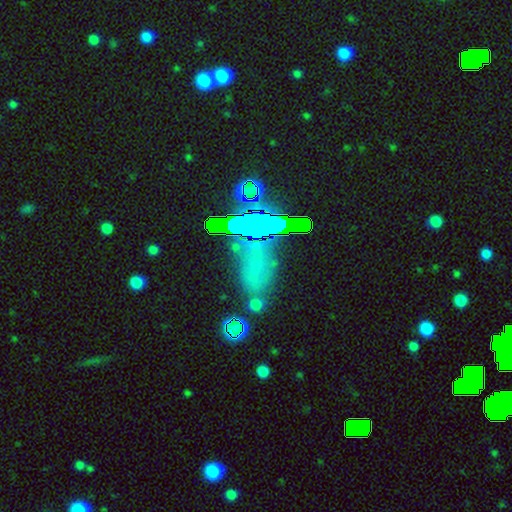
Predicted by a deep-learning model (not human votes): This appears to be a star or artifact, not a galaxy (60%).